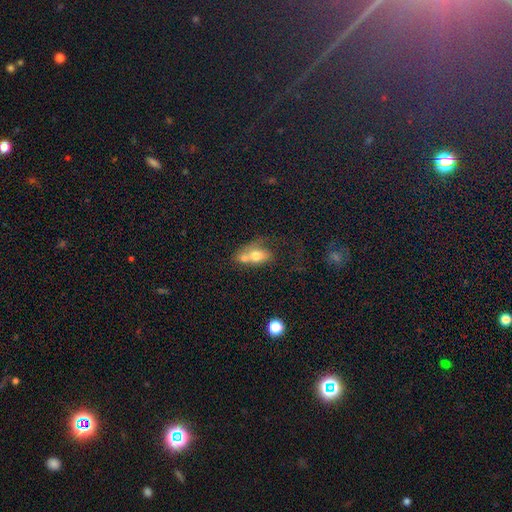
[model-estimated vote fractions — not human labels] Smooth or featured? smooth (66%)
How rounded? in between (70%)
Merging? merger (61%)